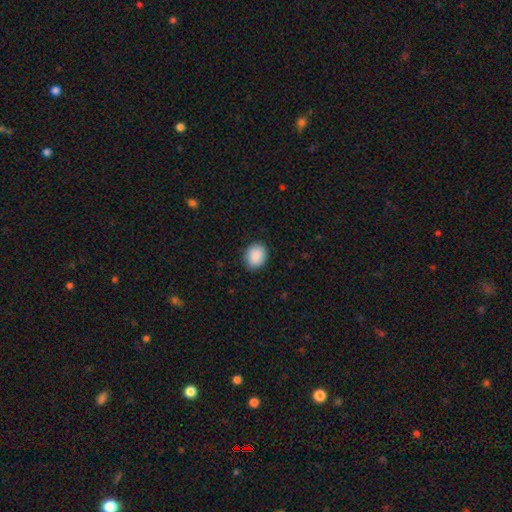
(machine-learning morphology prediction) A smooth galaxy with no disk features (90%) that is round (51%).

Vote fractions:
- Smooth or featured? smooth: 90% / star or artifact: 7% / featured or disk: 3%
- How rounded? round: 51% / in between: 48% / cigar-shaped: 1%
- Merging? none: 87% / minor disturbance: 10% / major disturbance: 2% / merger: 1%